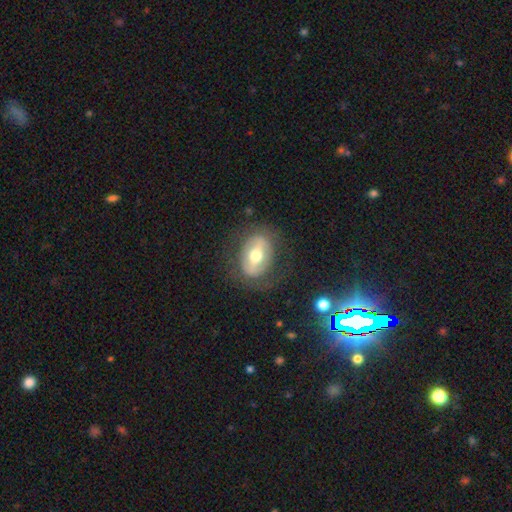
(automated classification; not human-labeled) Smooth or featured: featured or disk — 56% (smooth — 37%)
Edge-on disk: no — 91% (yes — 9%)
Bar: strong — 44% (weak — 30%)
Spiral arms: no — 70% (yes — 30%)
Bulge size: moderate — 70% (large — 14%)
Merging: none — 73% (minor disturbance — 15%)